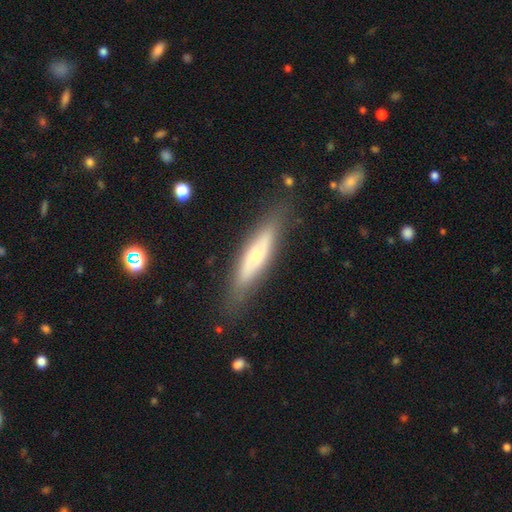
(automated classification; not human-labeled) Smooth or featured? Predicted: smooth (p=0.47). Merging? Predicted: none (p=0.79).